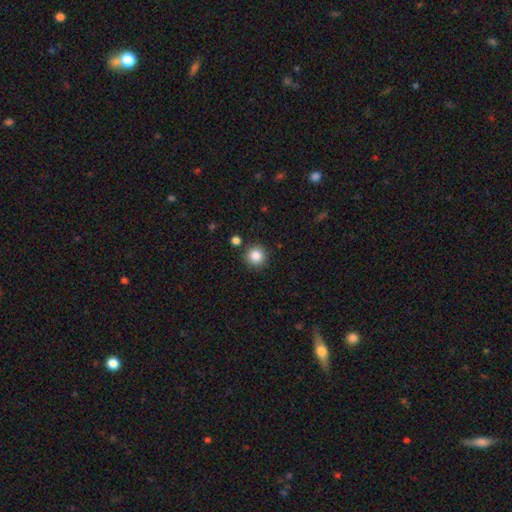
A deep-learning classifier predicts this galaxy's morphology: Smooth or featured: smooth — 86% (star or artifact — 10%)
How rounded: round — 95% (in between — 4%)
Merging: none — 87% (minor disturbance — 7%)